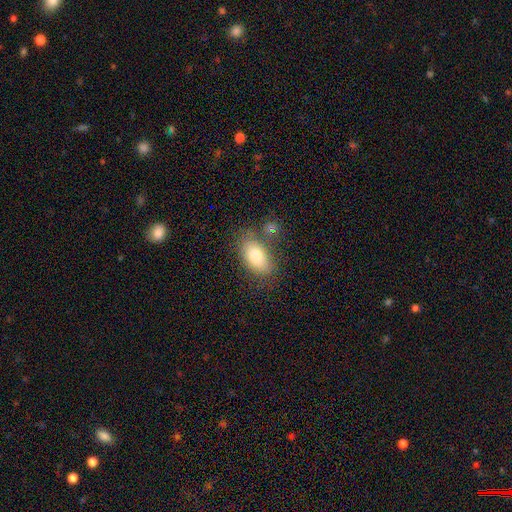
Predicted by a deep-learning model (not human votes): smooth-or-featured: smooth: 80% | featured or disk: 13% | star or artifact: 8%
  how-rounded: in between: 91% | round: 5% | cigar-shaped: 4%
  merging: none: 70% | minor disturbance: 17% | merger: 8% | major disturbance: 5%